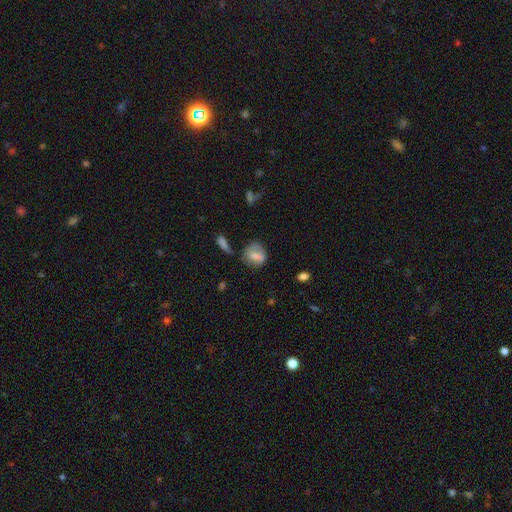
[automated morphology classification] This appears to be a smooth galaxy with no disk features (69%) that is round (60%). Merging: none (49%).